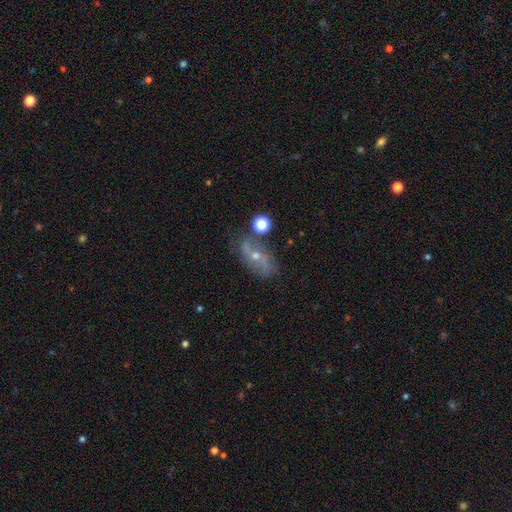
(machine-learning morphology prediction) Smooth or featured? featured or disk (66%)
Edge-on disk? no (92%)
Bar? no (52%)
Spiral arms? yes (81%)
Bulge size? small (56%)
Merging? none (64%)